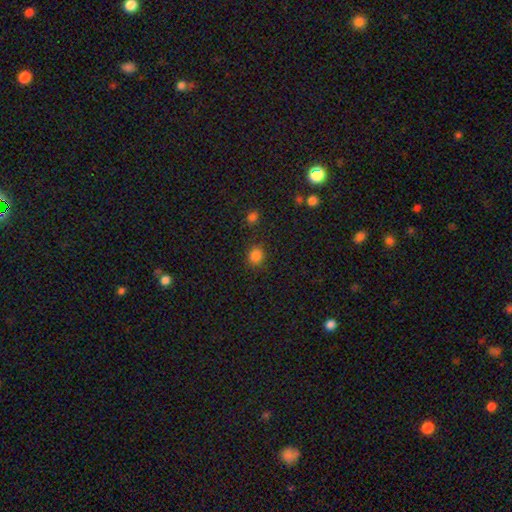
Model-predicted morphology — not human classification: smooth 83%, star or artifact 14%, featured or disk 4%. Down the decision tree: how rounded — round (75%); merging — none (84%).